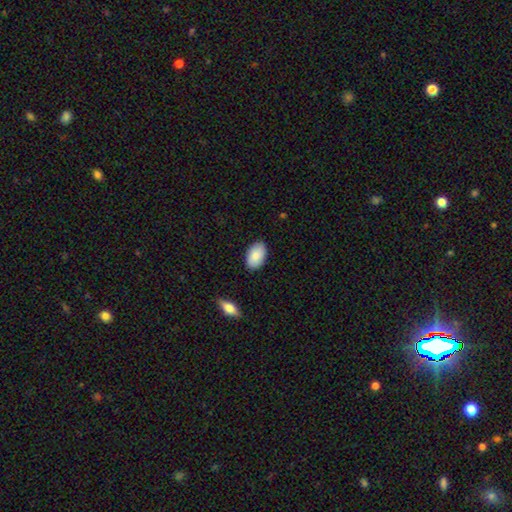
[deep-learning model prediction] A smooth galaxy with no disk features (86%) that is in between round and cigar-shaped (94%).

Vote fractions:
- Smooth or featured? smooth: 86% / featured or disk: 8% / star or artifact: 6%
- How rounded? in between: 94% / round: 5% / cigar-shaped: 1%
- Merging? none: 84% / minor disturbance: 12% / major disturbance: 2% / merger: 1%